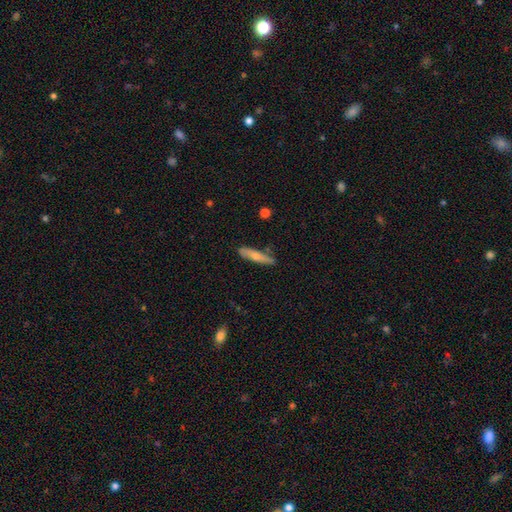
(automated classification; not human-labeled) A smooth galaxy with no disk features (63%) that is cigar-shaped (85%). Merging: none (81%).